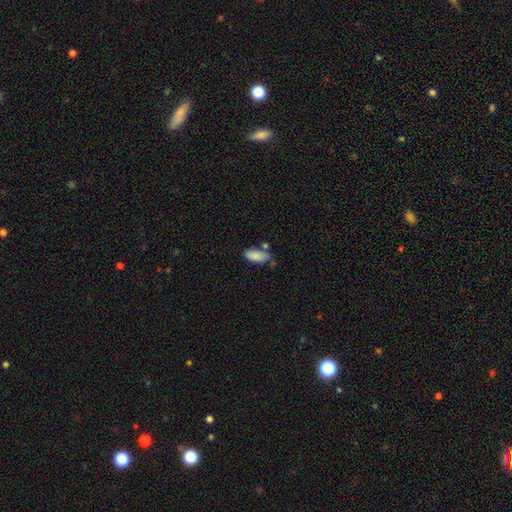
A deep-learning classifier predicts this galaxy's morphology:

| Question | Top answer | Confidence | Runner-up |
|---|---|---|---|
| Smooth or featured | smooth | 87% | featured or disk (7%) |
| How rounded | in between | 88% | cigar-shaped (10%) |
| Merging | none | 63% | minor disturbance (21%) |